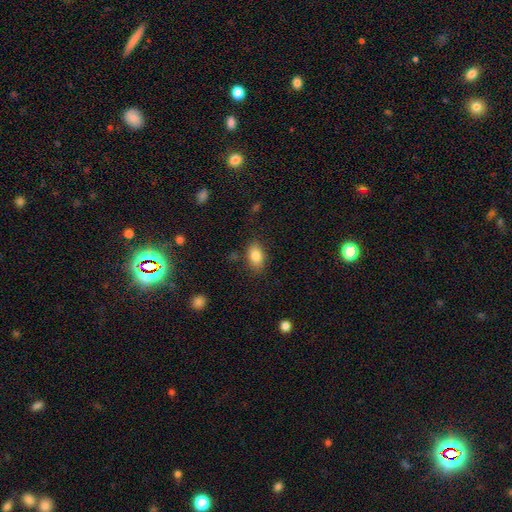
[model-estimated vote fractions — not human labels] Smooth or featured: smooth — 85% (star or artifact — 8%)
How rounded: in between — 87% (round — 11%)
Merging: none — 81% (minor disturbance — 14%)